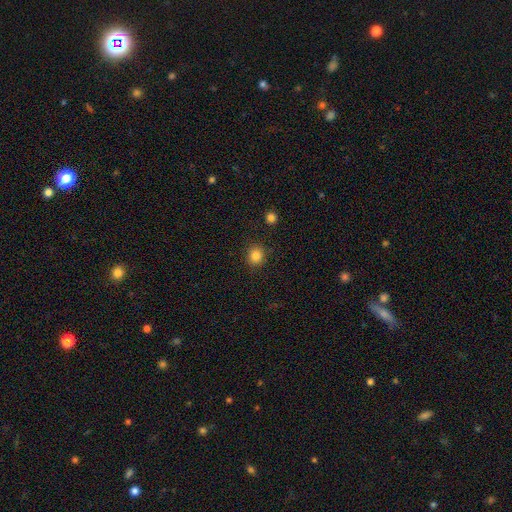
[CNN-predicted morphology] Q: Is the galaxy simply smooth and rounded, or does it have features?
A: smooth — 85%.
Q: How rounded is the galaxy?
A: round — 85%.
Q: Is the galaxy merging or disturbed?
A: none — 89%.